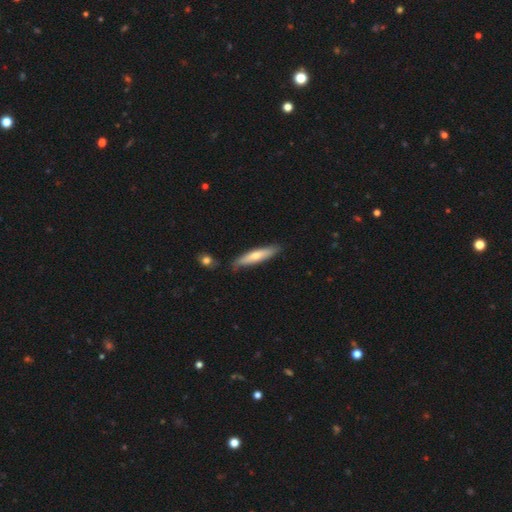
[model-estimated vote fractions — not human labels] Q: Smooth or featured?
A: smooth (60%); runner-up: featured or disk (35%)
Q: How rounded?
A: cigar-shaped (83%); runner-up: in between (15%)
Q: Merging?
A: none (82%); runner-up: minor disturbance (13%)